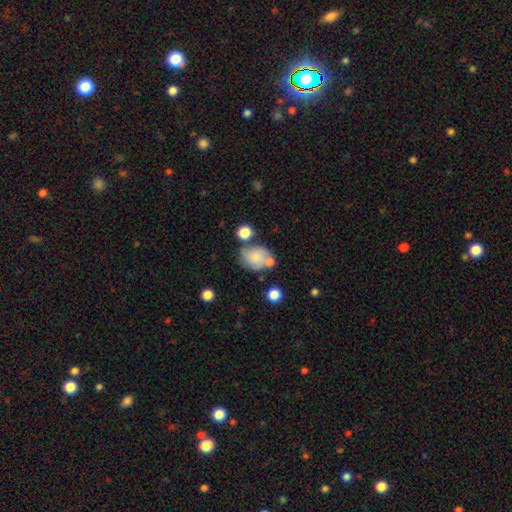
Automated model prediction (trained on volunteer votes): Morphology: type=smooth (68%); roundness=in between (55%); merging=none (48%).